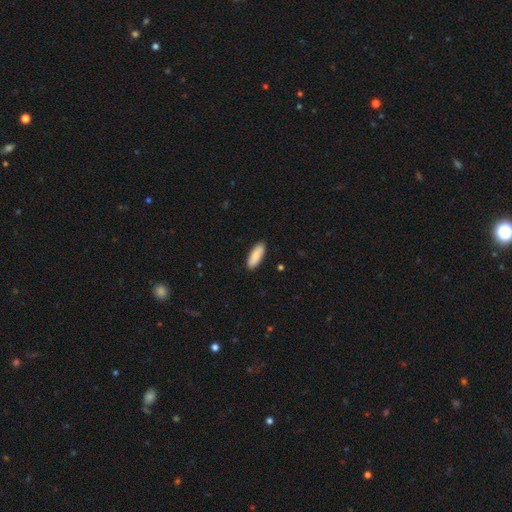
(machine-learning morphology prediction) This appears to be a smooth galaxy with no disk features (89%) that is in between round and cigar-shaped (63%). Merging: none (90%).